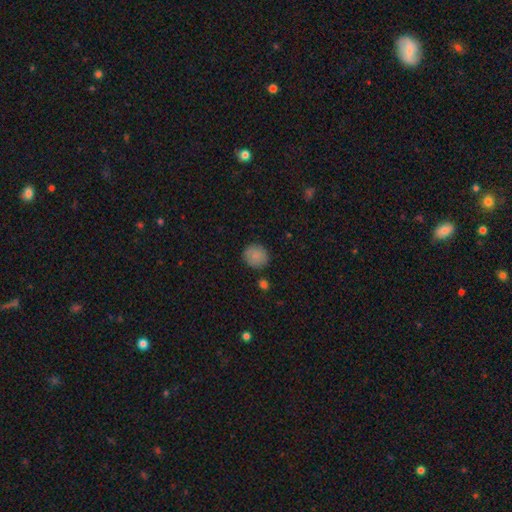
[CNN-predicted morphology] Smooth or featured? Predicted: smooth (p=0.86). How rounded? Predicted: round (p=0.83). Merging? Predicted: none (p=0.85).